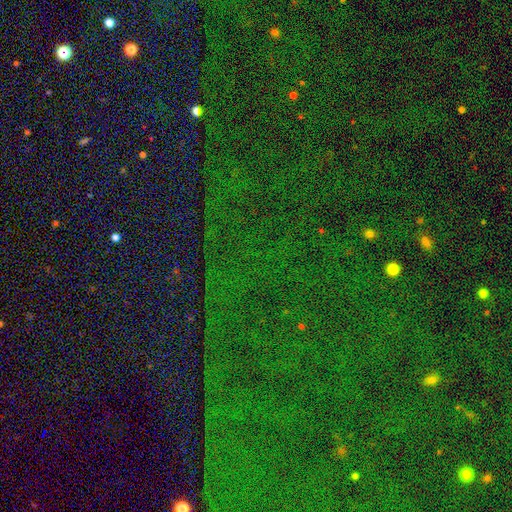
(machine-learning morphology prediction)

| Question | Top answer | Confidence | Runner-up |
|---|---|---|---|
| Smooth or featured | star or artifact | 83% | smooth (10%) |